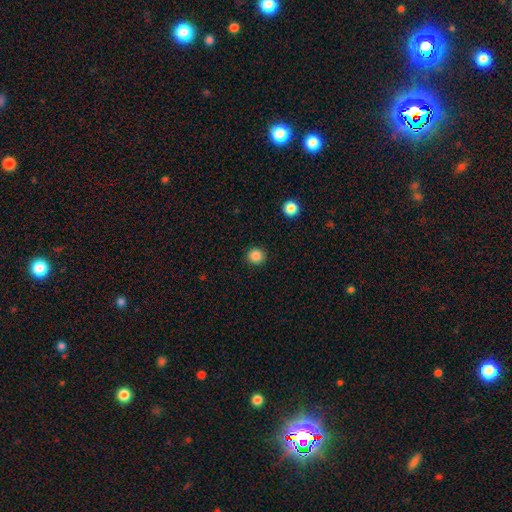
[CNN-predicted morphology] A smooth galaxy with no disk features (86%) that is round (94%).

Vote fractions:
- Smooth or featured? smooth: 86% / star or artifact: 11% / featured or disk: 3%
- How rounded? round: 94% / in between: 5% / cigar-shaped: 1%
- Merging? none: 92% / minor disturbance: 5% / major disturbance: 2% / merger: 1%